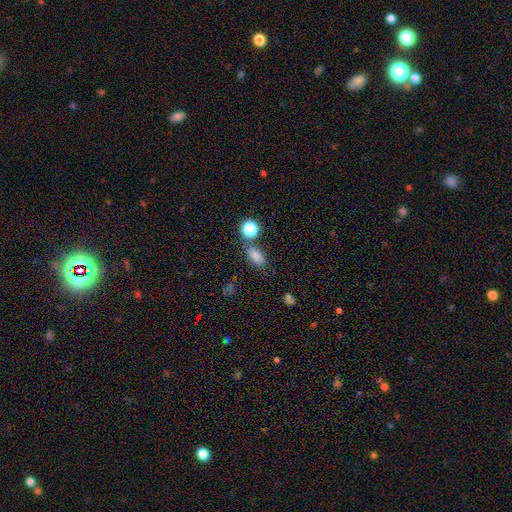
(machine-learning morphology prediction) smooth 77%, star or artifact 16%, featured or disk 7%. Down the decision tree: how rounded — in between (82%); merging — none (74%).